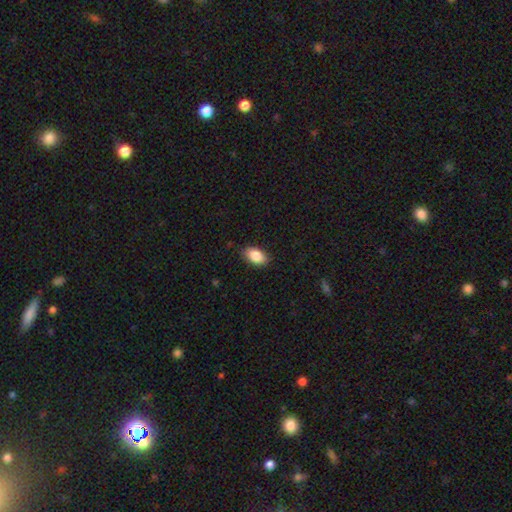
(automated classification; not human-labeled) A smooth galaxy with no disk features (87%) that is in between round and cigar-shaped (93%). Merging: none (85%).